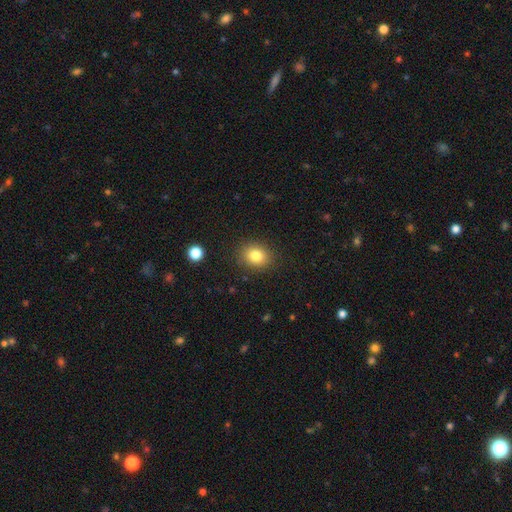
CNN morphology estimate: smooth-or-featured: smooth: 82% | star or artifact: 11% | featured or disk: 7%
  how-rounded: round: 55% | in between: 44% | cigar-shaped: 1%
  merging: none: 88% | minor disturbance: 8% | major disturbance: 3% | merger: 1%